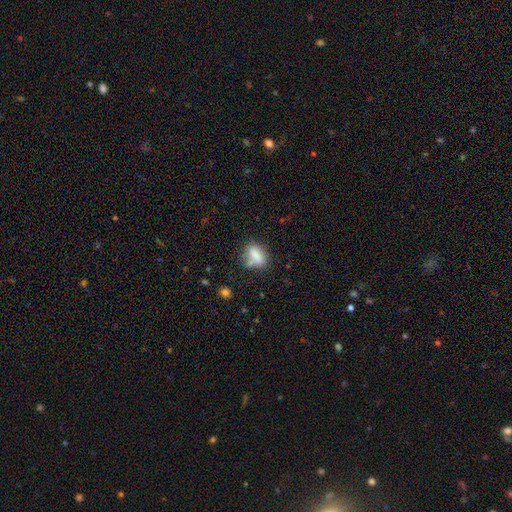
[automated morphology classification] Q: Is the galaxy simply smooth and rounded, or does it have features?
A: smooth — 76%.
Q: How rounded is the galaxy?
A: in between — 71%.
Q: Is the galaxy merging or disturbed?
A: none — 54%.